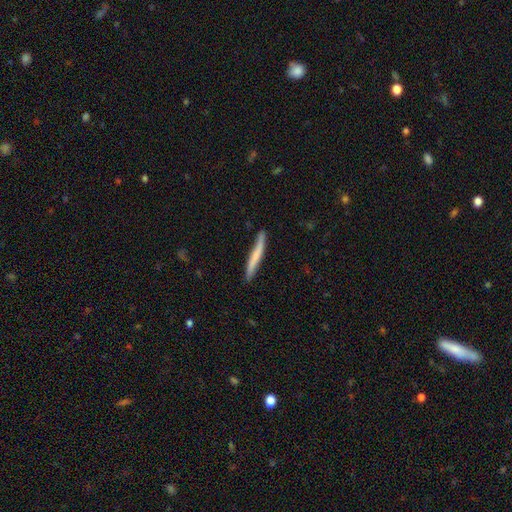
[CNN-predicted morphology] Smooth or featured: smooth — 61% (featured or disk — 33%)
How rounded: cigar-shaped — 96% (in between — 3%)
Merging: none — 82% (minor disturbance — 14%)